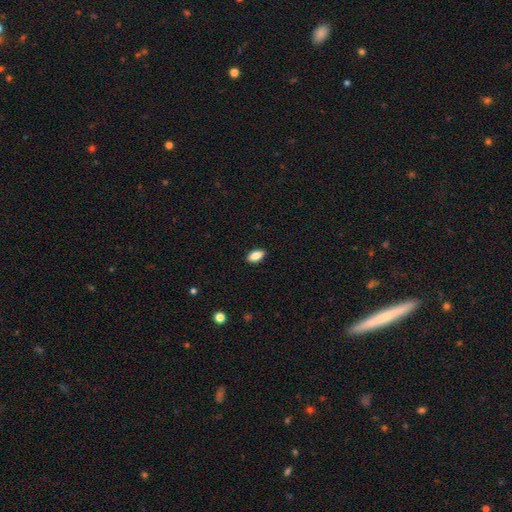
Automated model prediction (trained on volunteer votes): Smooth or featured?
  - smooth: 85% *
  - featured or disk: 7%
  - star or artifact: 7%
How rounded?
  - in between: 88% *
  - cigar-shaped: 8%
  - round: 4%
Merging?
  - none: 89% *
  - minor disturbance: 8%
  - major disturbance: 2%
  - merger: 1%